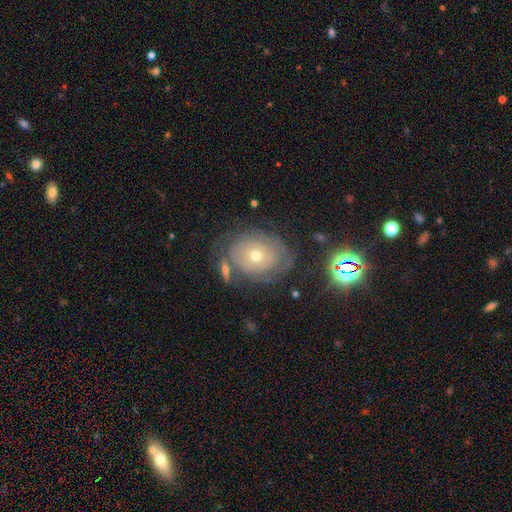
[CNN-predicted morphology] Smooth or featured?
  - featured or disk: 60% *
  - smooth: 26%
  - star or artifact: 14%
Edge-on disk?
  - no: 95% *
  - yes: 5%
Bar?
  - no: 86% *
  - weak: 11%
  - strong: 3%
Spiral arms?
  - yes: 69% *
  - no: 31%
Bulge size?
  - moderate: 52% *
  - small: 43%
  - large: 2%
  - dominant: 1%
  - none: 1%
Merging?
  - none: 66% *
  - minor disturbance: 19%
  - major disturbance: 9%
  - merger: 6%